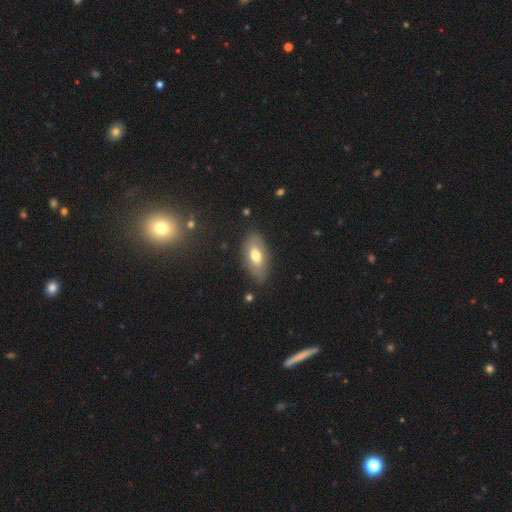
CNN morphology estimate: smooth 66%, featured or disk 27%, star or artifact 7%. Down the decision tree: how rounded — in between (88%); merging — none (79%).